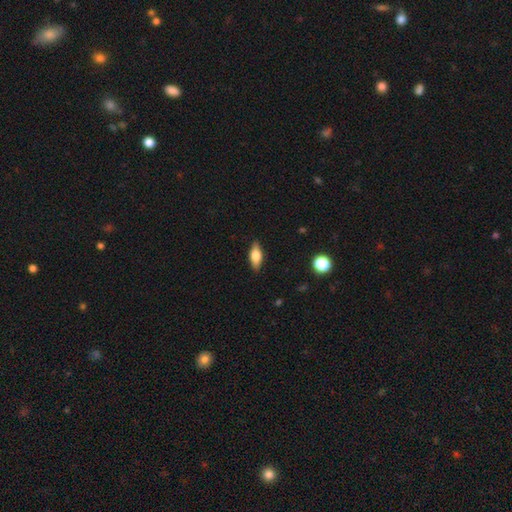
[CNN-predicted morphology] This is likely a smooth galaxy (67%). How rounded: likely in between (75%). Merging: clearly none (87%).